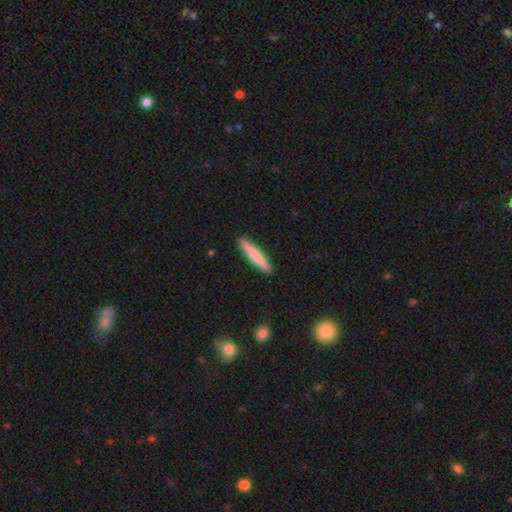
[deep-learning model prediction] smooth 73%, featured or disk 22%, star or artifact 5%. Down the decision tree: how rounded — cigar-shaped (93%); merging — none (91%).